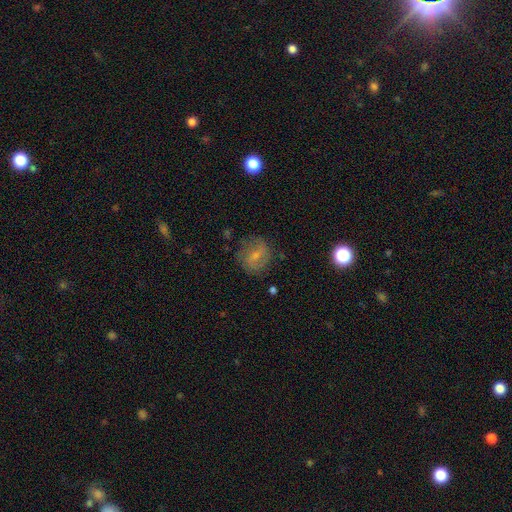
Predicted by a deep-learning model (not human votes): A featured or disk galaxy (50%).

Vote fractions:
- Smooth or featured? featured or disk: 50% / smooth: 39% / star or artifact: 11%
- Edge-on disk? no: 96% / yes: 4%
- Merging? none: 73% / minor disturbance: 18% / major disturbance: 8% / merger: 2%